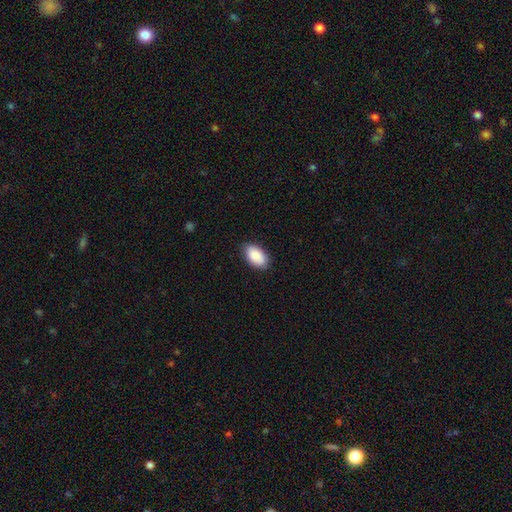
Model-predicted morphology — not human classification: The model was most divided on "merging": none: 85%, minor disturbance: 12%, major disturbance: 2%, merger: 1%. More confident: how rounded — in between (95%); smooth or featured — smooth (89%).